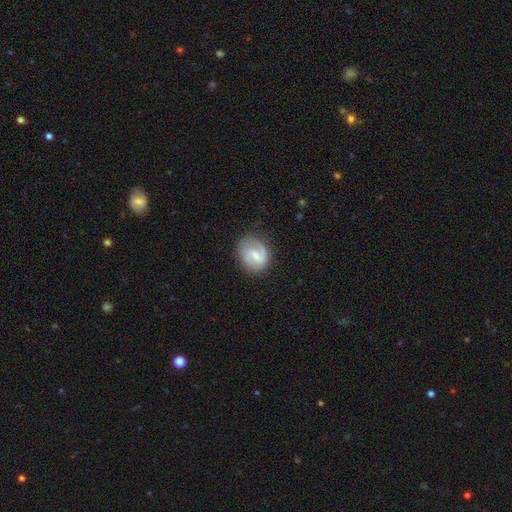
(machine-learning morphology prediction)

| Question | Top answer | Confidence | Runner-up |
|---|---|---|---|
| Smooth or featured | featured or disk | 73% | smooth (21%) |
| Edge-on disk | no | 98% | yes (2%) |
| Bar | weak | 59% | no (22%) |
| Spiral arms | yes | 92% | no (8%) |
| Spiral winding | medium | 48% | loose (28%) |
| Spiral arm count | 2 | 78% | 1 (12%) |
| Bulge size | small | 50% | moderate (34%) |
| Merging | none | 75% | minor disturbance (17%) |